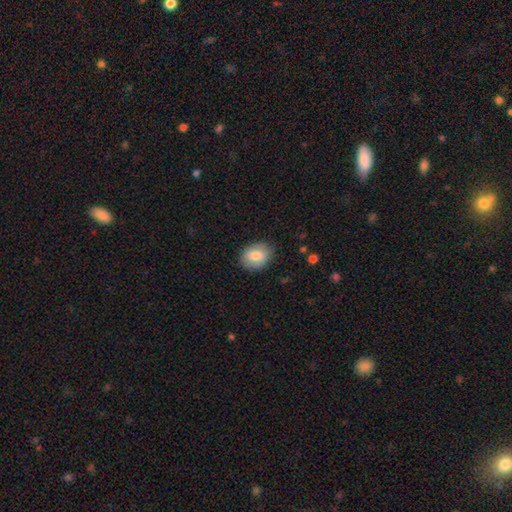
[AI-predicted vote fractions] Overall: smooth (80%). How rounded: in between (65%; round 34%). Merging: none (85%).